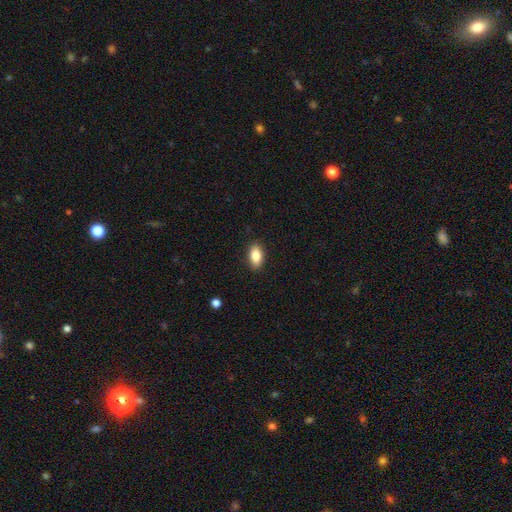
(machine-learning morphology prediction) type=smooth (85%); roundness=in between (91%); merging=none (89%).